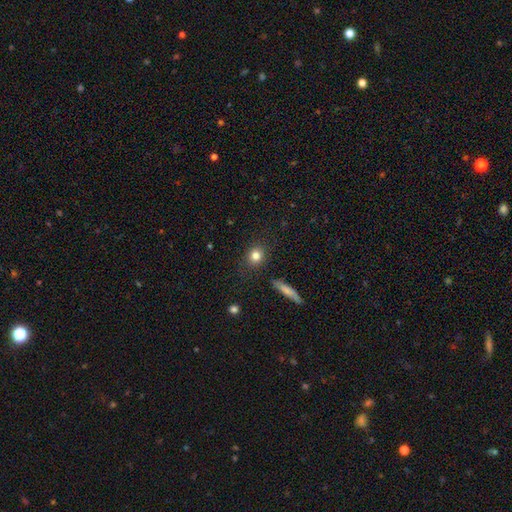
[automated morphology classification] Smooth or featured: smooth — 81% (star or artifact — 10%)
How rounded: round — 76% (in between — 22%)
Merging: none — 87% (minor disturbance — 9%)